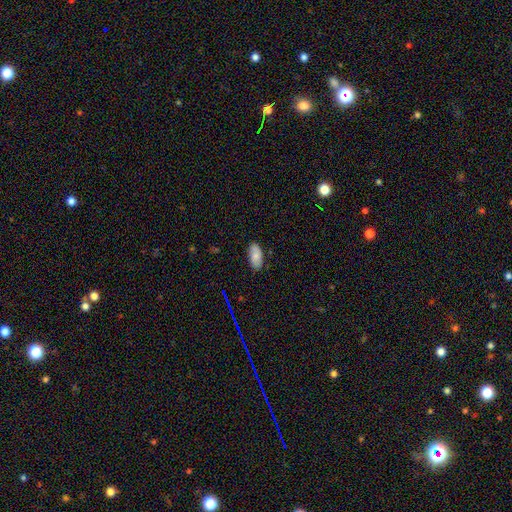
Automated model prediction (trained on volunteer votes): A smooth galaxy with no disk features (79%) that is in between round and cigar-shaped (93%). Merging: none (85%).